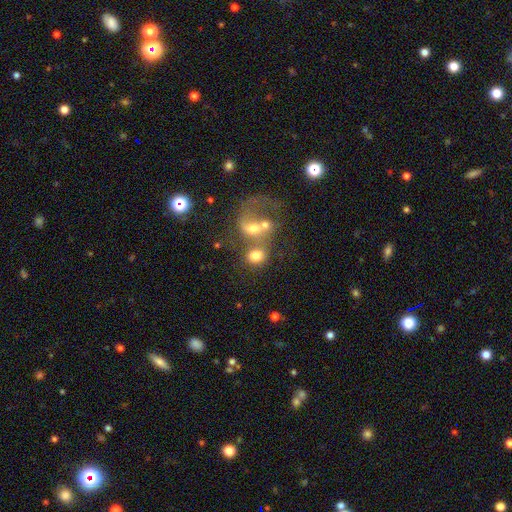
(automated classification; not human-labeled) Smooth or featured?
  - smooth: 64% *
  - featured or disk: 24%
  - star or artifact: 12%
How rounded?
  - round: 61% *
  - in between: 38%
  - cigar-shaped: 1%
Merging?
  - merger: 56% *
  - none: 24%
  - major disturbance: 12%
  - minor disturbance: 8%